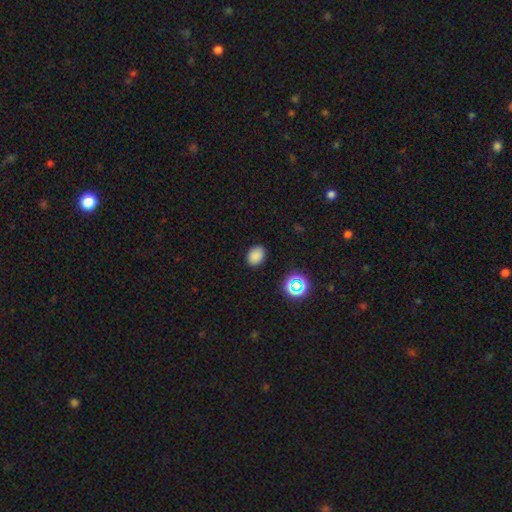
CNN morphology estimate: Smooth or featured? smooth (81%)
How rounded? in between (62%)
Merging? none (86%)